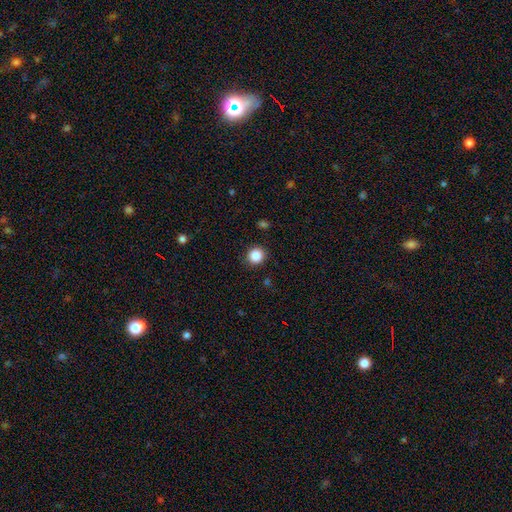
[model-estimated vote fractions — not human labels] Smooth or featured: smooth — 87% (star or artifact — 10%)
How rounded: round — 92% (in between — 7%)
Merging: none — 90% (minor disturbance — 6%)